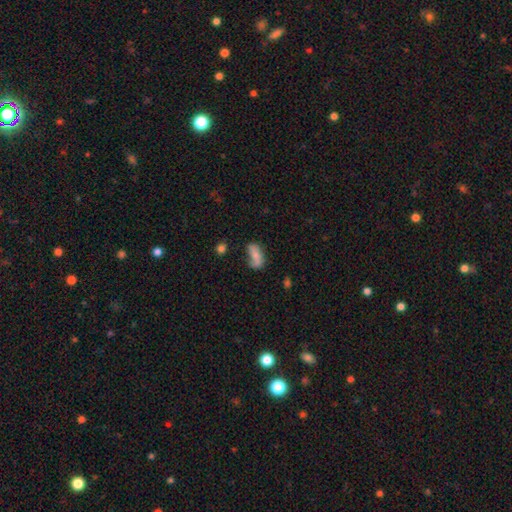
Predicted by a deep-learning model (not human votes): Morphology: type=smooth (68%); roundness=in between (86%); merging=none (43%).